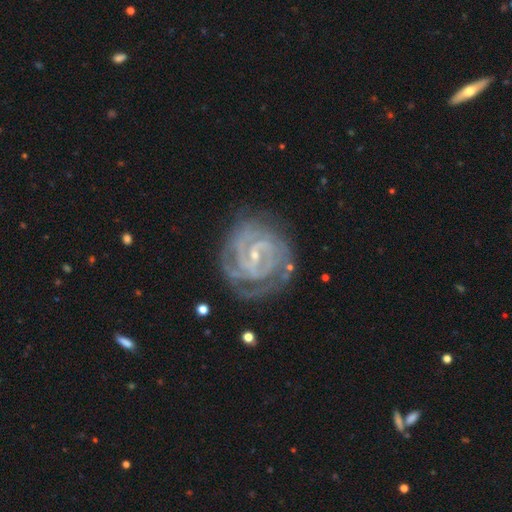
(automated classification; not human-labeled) This is clearly a featured or disk galaxy (87%). It is clearly not viewed edge-on (97%). Bar: possibly weak (47%). Spiral arm pattern: clearly yes (97%). Spiral arm count: marginally 2 (38%). Spiral winding: likely tight (74%). Central bulge: likely small (77%). Merging: likely none (73%).